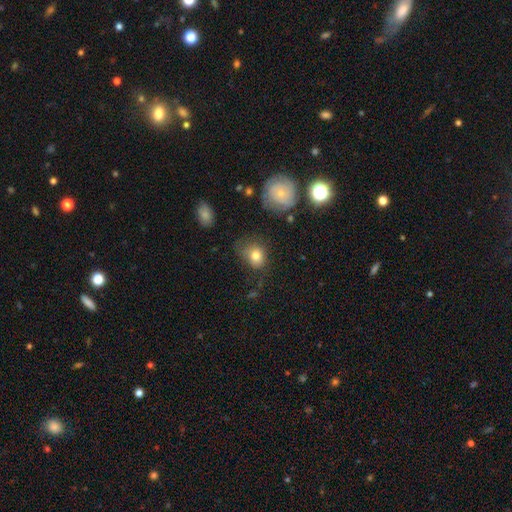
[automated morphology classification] type=smooth (79%); roundness=round (55%); merging=none (52%).